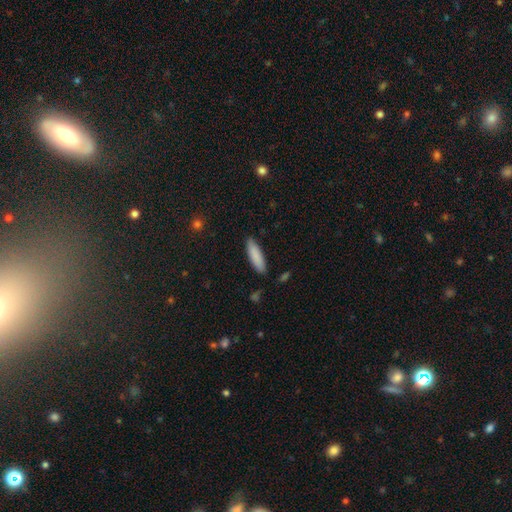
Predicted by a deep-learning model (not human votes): A smooth galaxy with no disk features (87%) that is cigar-shaped (56%). Merging: none (86%).